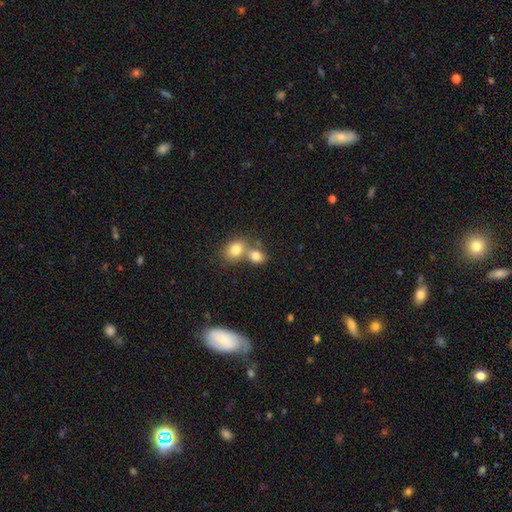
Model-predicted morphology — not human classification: Smooth or featured: smooth — 79% (star or artifact — 11%)
How rounded: in between — 54% (round — 45%)
Merging: merger — 53% (none — 36%)